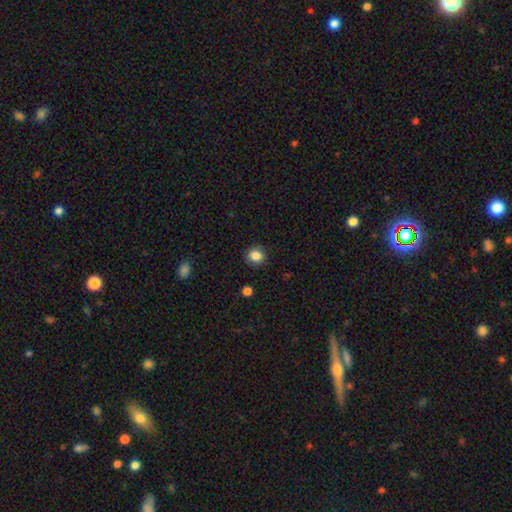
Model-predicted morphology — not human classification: Q: Smooth or featured?
A: smooth (85%); runner-up: star or artifact (10%)
Q: How rounded?
A: round (83%); runner-up: in between (16%)
Q: Merging?
A: none (90%); runner-up: minor disturbance (7%)